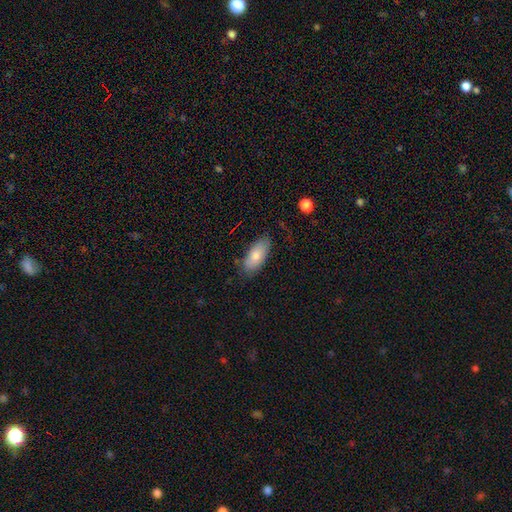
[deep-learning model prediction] Smooth or featured? smooth (80%)
How rounded? in between (87%)
Merging? none (76%)